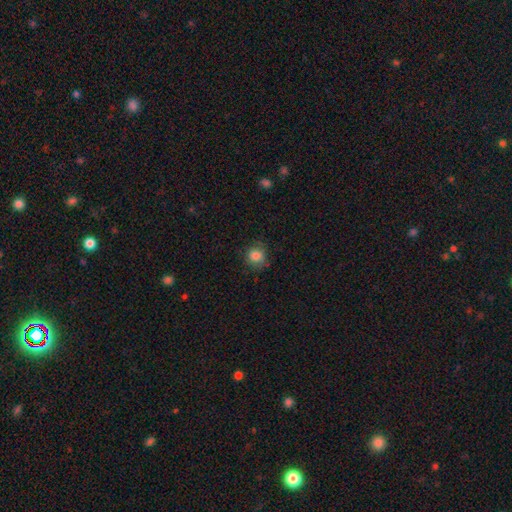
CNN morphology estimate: This appears to be a smooth galaxy with no disk features (83%) that is round (85%). Merging: none (78%).